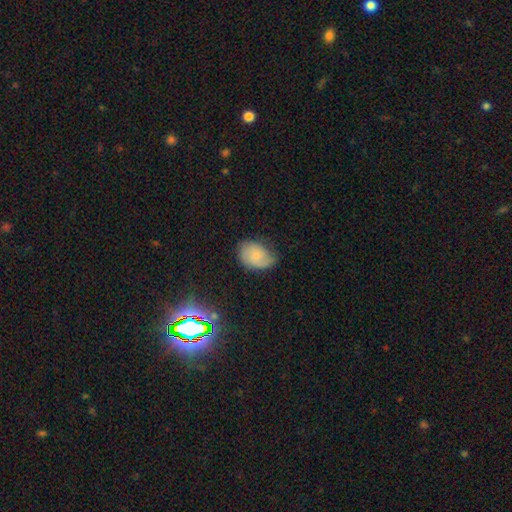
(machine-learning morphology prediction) Smooth or featured? smooth (65%)
How rounded? in between (73%)
Merging? none (59%)